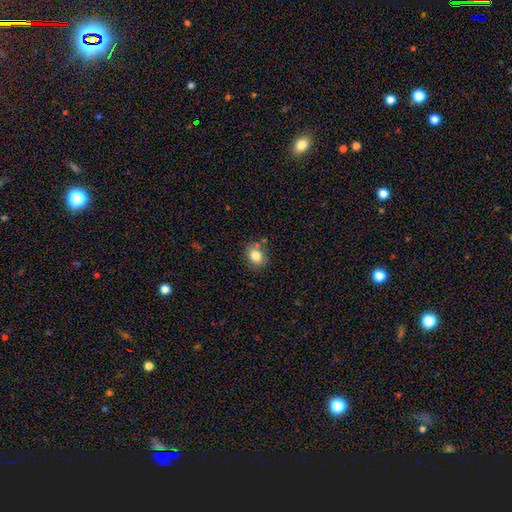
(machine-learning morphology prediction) This is clearly a smooth galaxy (82%). How rounded: possibly round (54%). Merging: likely none (74%).